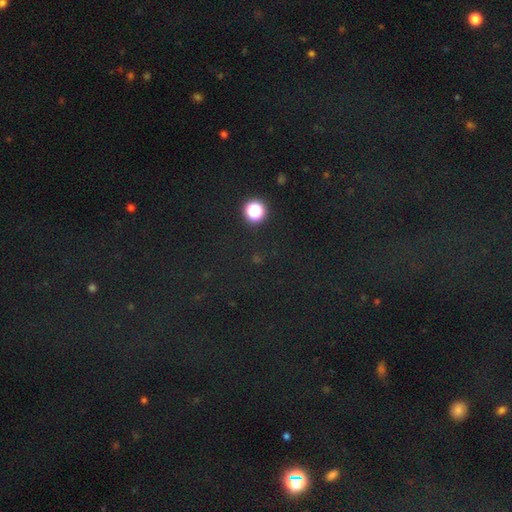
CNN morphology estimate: smooth-or-featured: star or artifact: 75% | smooth: 17% | featured or disk: 8%